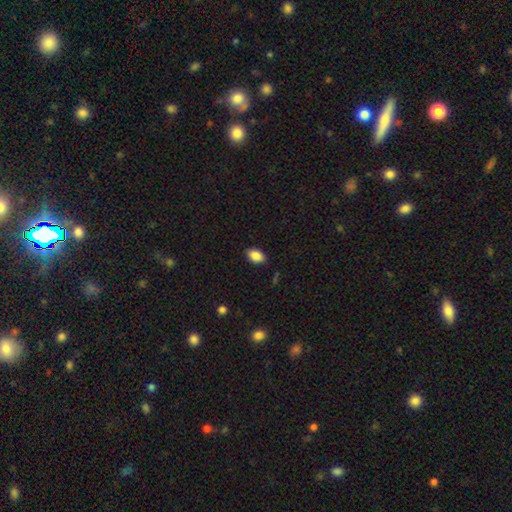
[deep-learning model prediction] Smooth or featured? Predicted: smooth (p=0.86). How rounded? Predicted: in between (p=0.90). Merging? Predicted: none (p=0.87).